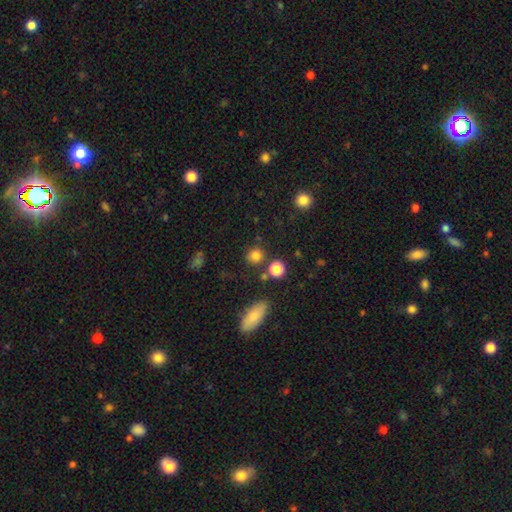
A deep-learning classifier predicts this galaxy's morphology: Q: Smooth or featured?
A: smooth (81%); runner-up: star or artifact (14%)
Q: How rounded?
A: round (87%); runner-up: in between (12%)
Q: Merging?
A: none (81%); runner-up: minor disturbance (9%)